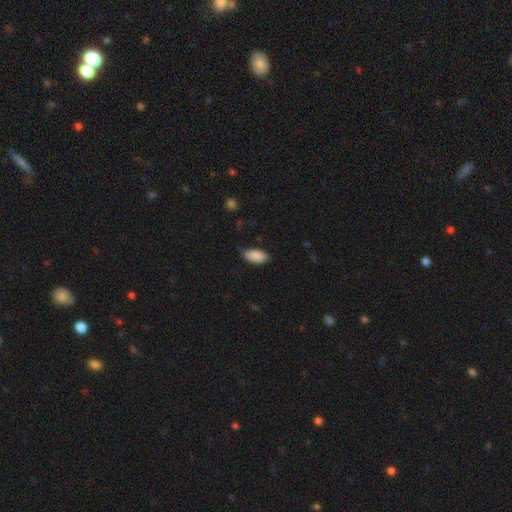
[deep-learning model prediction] smooth_or_featured: smooth (p=0.88) [alt: star or artifact p=0.06]
how_rounded: in between (p=0.94) [alt: cigar-shaped p=0.04]
merging: none (p=0.66) [alt: minor disturbance p=0.28]